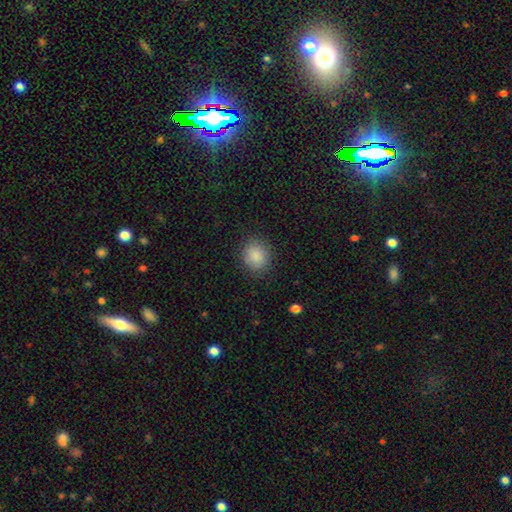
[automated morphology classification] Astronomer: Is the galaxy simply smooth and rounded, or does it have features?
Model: smooth — 87%.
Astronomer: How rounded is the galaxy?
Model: round — 69%.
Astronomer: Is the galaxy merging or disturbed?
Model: none — 85%.